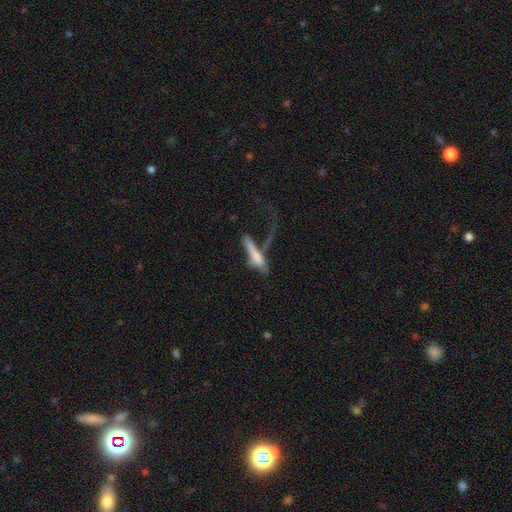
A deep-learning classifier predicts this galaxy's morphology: This appears to be a smooth galaxy with no disk features (57%) that is cigar-shaped (77%). Merging: major disturbance (37%).